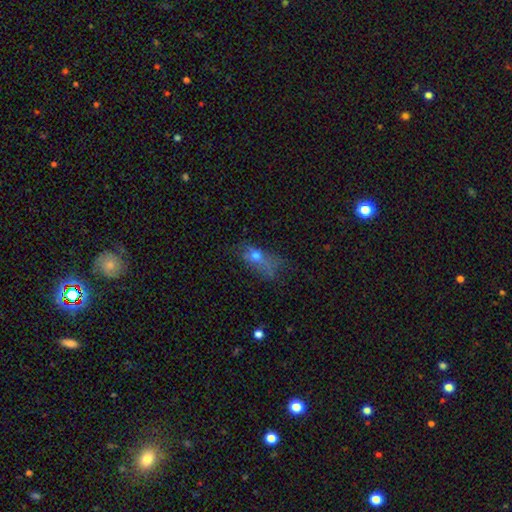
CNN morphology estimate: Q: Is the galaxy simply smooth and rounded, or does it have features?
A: smooth — 43%.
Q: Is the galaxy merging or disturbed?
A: none — 40%.